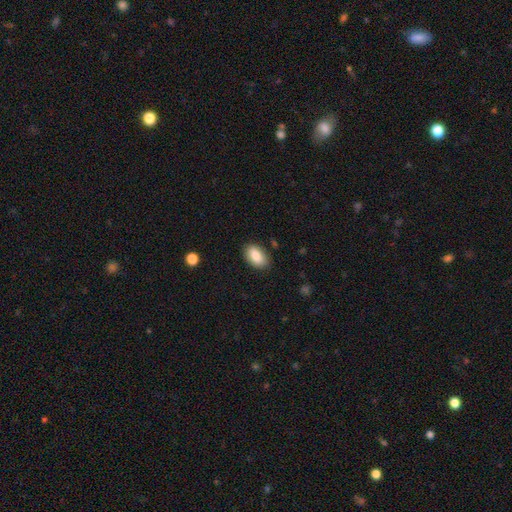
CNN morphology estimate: Smooth or featured? Predicted: smooth (p=0.84). How rounded? Predicted: in between (p=0.93). Merging? Predicted: none (p=0.85).